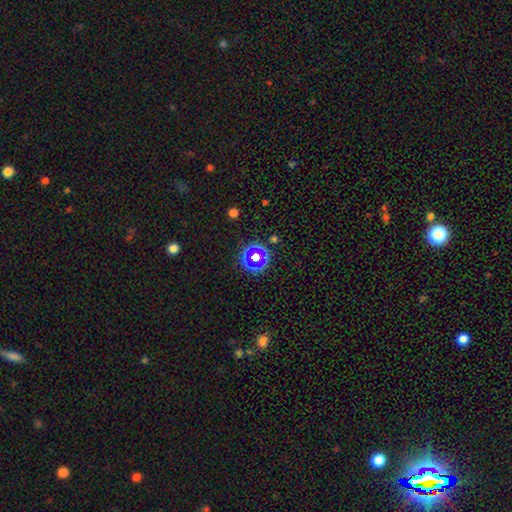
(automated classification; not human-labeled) This is possibly a star or artifact rather than a galaxy (46%).